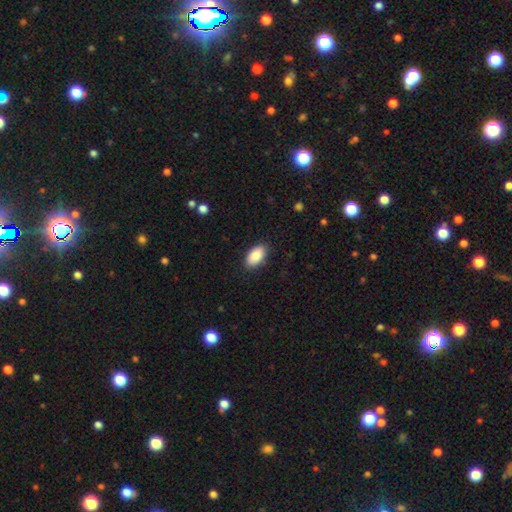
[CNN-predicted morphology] Smooth or featured: smooth — 88% (star or artifact — 6%)
How rounded: in between — 94% (round — 3%)
Merging: none — 88% (minor disturbance — 9%)